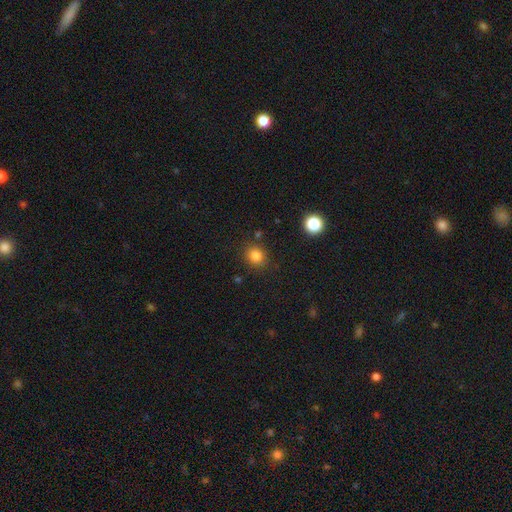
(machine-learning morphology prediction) smooth 83%, star or artifact 12%, featured or disk 5%. Down the decision tree: how rounded — round (76%); merging — none (85%).